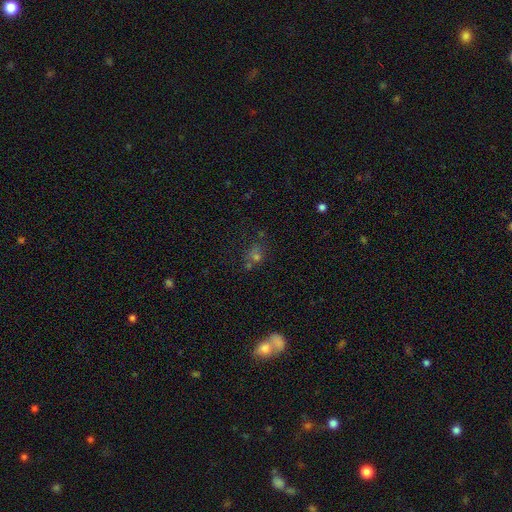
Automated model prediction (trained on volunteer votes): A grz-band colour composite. It shows a smooth galaxy with no disk features (53%) that is round (65%). Merging: none (52%).